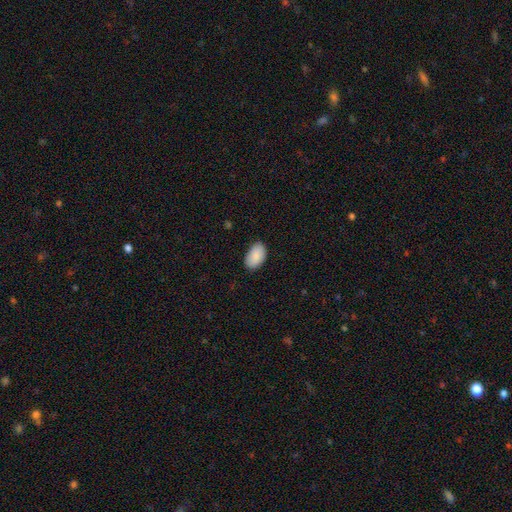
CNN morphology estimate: Smooth or featured?
  - smooth: 89% *
  - star or artifact: 6%
  - featured or disk: 5%
How rounded?
  - in between: 93% *
  - round: 6%
  - cigar-shaped: 1%
Merging?
  - none: 83% *
  - minor disturbance: 14%
  - major disturbance: 2%
  - merger: 1%